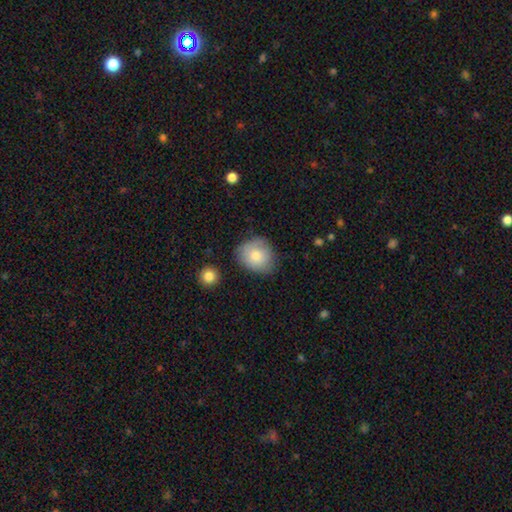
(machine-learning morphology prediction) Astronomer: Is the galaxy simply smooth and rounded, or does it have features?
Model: smooth — 77%.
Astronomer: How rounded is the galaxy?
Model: round — 68%.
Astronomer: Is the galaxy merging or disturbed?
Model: none — 70%.